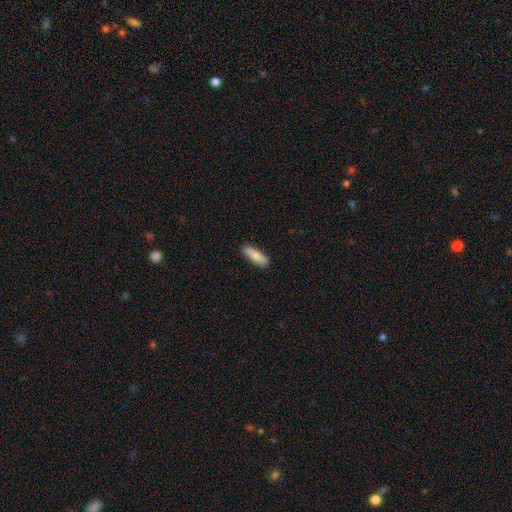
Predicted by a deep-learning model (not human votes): smooth_or_featured: smooth (p=0.81) [alt: featured or disk p=0.13]
how_rounded: in between (p=0.50) [alt: cigar-shaped p=0.48]
merging: none (p=0.88) [alt: minor disturbance p=0.09]